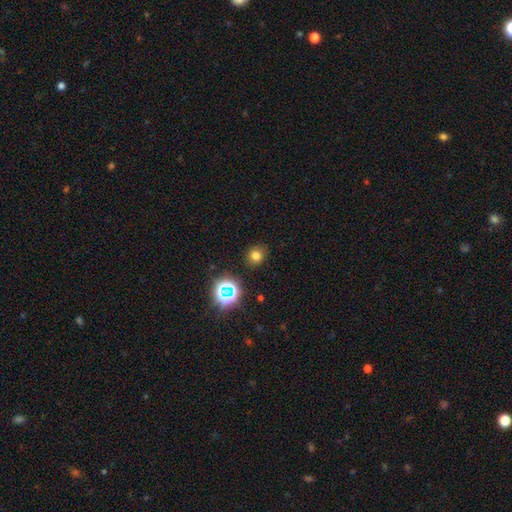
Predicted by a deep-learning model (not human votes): Morphology: type=smooth (72%); roundness=round (77%); merging=none (85%).